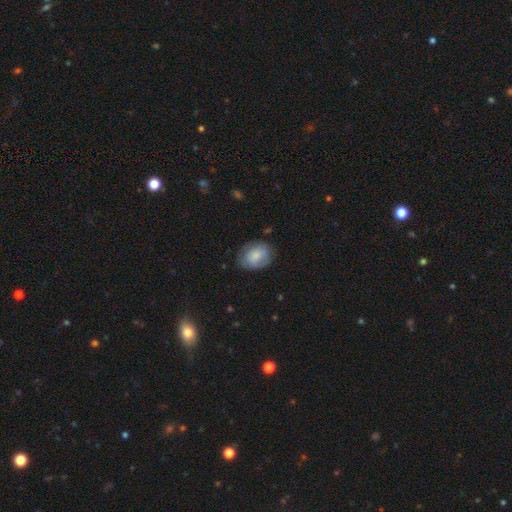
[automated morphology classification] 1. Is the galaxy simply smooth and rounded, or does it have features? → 75% smooth, 18% featured or disk, 7% star or artifact.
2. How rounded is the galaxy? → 61% in between, 38% round, 1% cigar-shaped.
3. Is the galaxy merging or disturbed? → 74% none, 19% minor disturbance, 5% major disturbance, 1% merger.